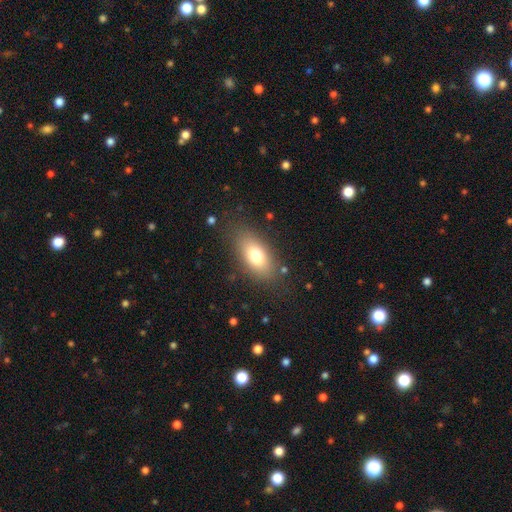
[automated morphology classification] This is likely a smooth galaxy (74%). How rounded: clearly in between (86%). Merging: clearly none (81%).